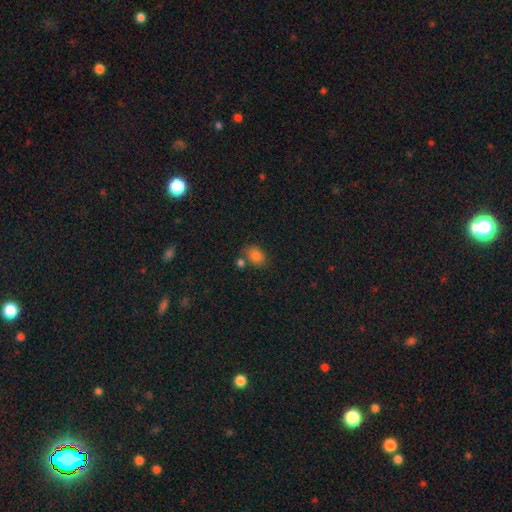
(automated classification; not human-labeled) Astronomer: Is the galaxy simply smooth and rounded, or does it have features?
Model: smooth — 83%.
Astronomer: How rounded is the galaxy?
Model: in between — 73%.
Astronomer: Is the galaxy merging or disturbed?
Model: none — 62%.